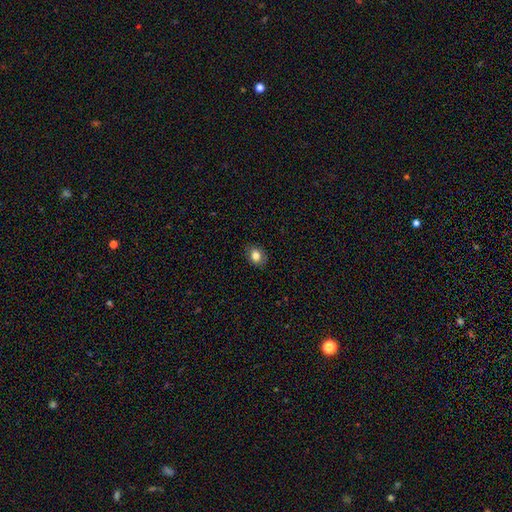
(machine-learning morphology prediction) Smooth or featured? smooth (83%)
How rounded? in between (53%)
Merging? none (87%)